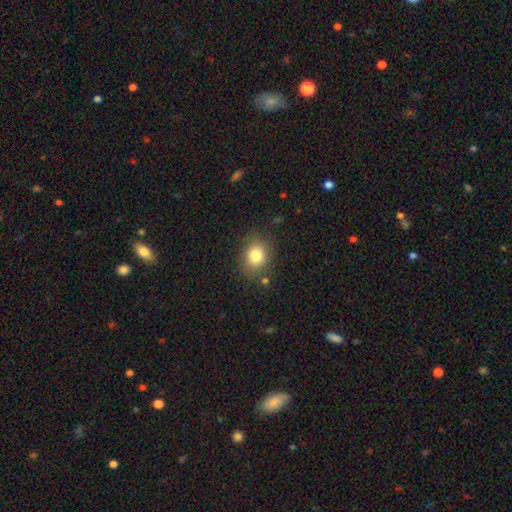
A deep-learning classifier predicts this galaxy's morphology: smooth-or-featured: smooth: 81% | star or artifact: 11% | featured or disk: 8%
  how-rounded: round: 62% | in between: 37% | cigar-shaped: 1%
  merging: none: 81% | minor disturbance: 12% | major disturbance: 4% | merger: 3%